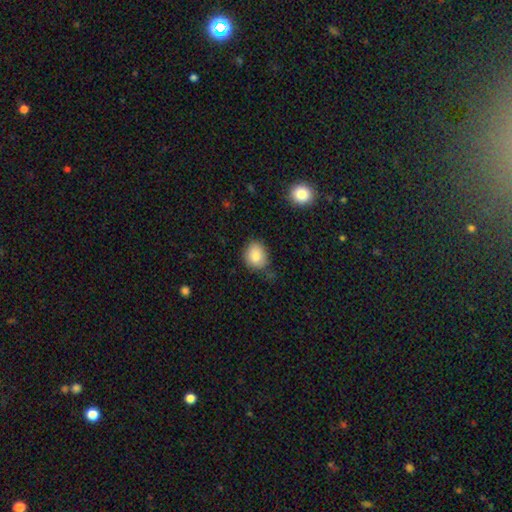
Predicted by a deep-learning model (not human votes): Smooth or featured? smooth (84%)
How rounded? round (62%)
Merging? none (74%)